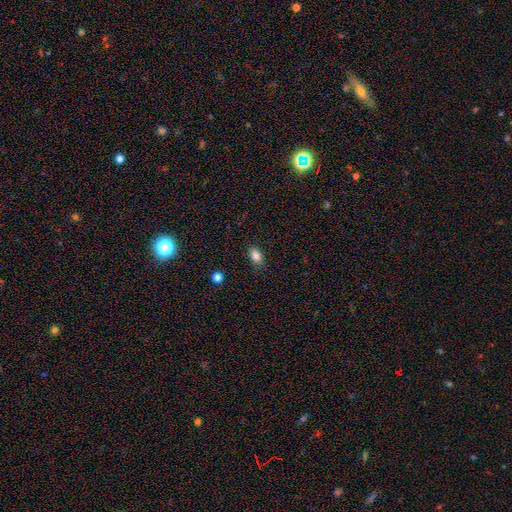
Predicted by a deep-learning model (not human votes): smooth_or_featured: smooth (p=0.84) [alt: star or artifact p=0.10]
how_rounded: in between (p=0.82) [alt: round p=0.16]
merging: none (p=0.83) [alt: minor disturbance p=0.13]